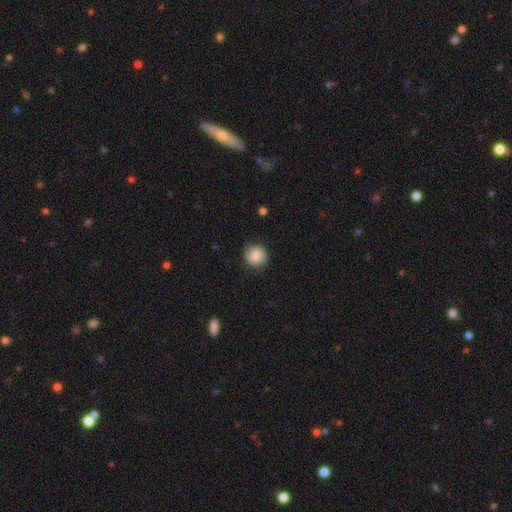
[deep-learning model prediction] Smooth or featured? smooth (77%)
How rounded? round (86%)
Merging? none (80%)